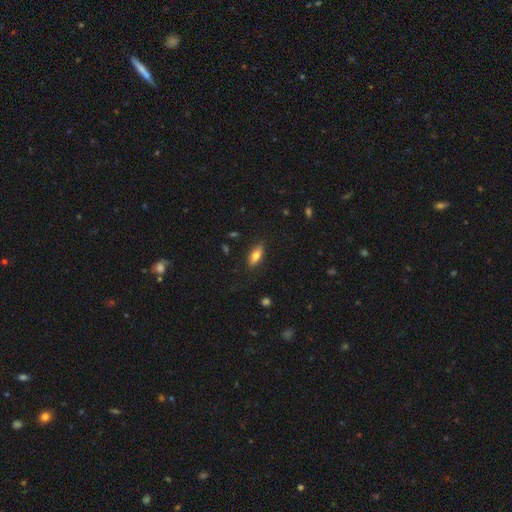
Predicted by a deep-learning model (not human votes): Morphology: type=smooth (70%); roundness=in between (73%); merging=none (85%).